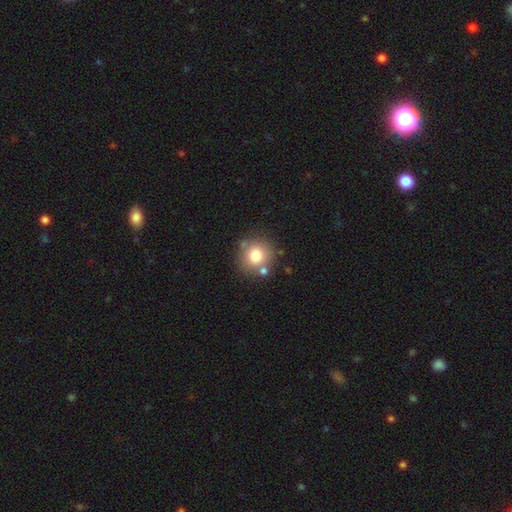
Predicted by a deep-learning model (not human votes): Smooth or featured: smooth — 77% (featured or disk — 12%)
How rounded: round — 89% (in between — 10%)
Merging: none — 74% (minor disturbance — 11%)